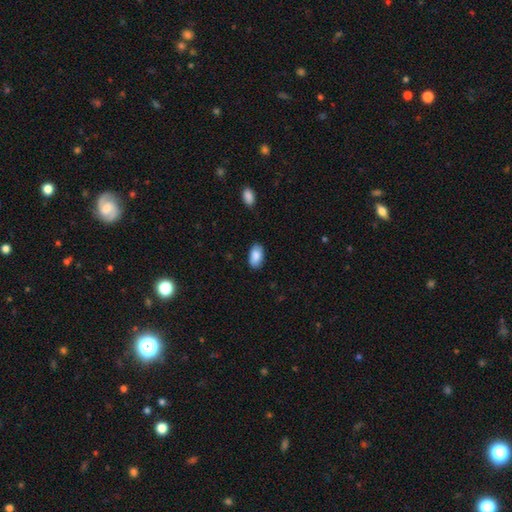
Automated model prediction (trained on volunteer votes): smooth-or-featured: smooth: 88% | star or artifact: 6% | featured or disk: 6%
  how-rounded: in between: 94% | round: 4% | cigar-shaped: 2%
  merging: none: 84% | minor disturbance: 12% | major disturbance: 2% | merger: 1%